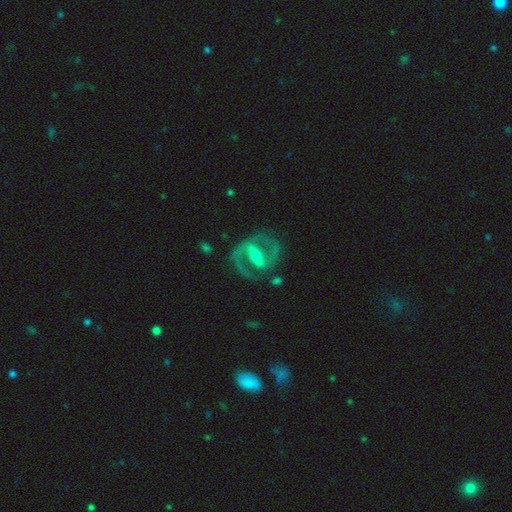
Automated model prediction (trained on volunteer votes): Overall: featured or disk (88%). Edge-on disk: no (96%). Bar: strong (68%). Spiral arms: yes (89%). Spiral arm count: 2 (90%). Spiral winding: medium (57%; tight 26%). Bulge size: small (48%; moderate 38%). Merging: none (76%).